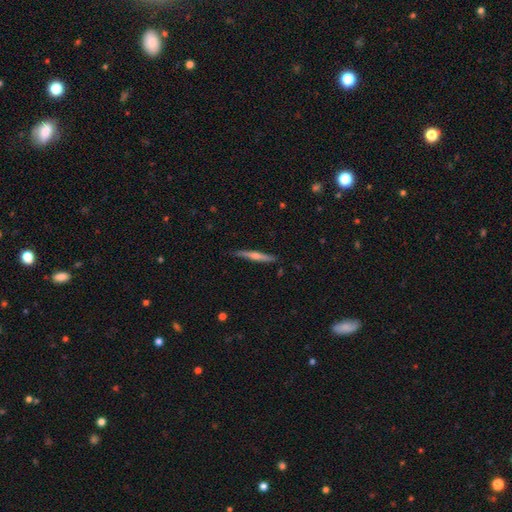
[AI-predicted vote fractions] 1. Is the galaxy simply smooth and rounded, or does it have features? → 66% featured or disk, 28% smooth, 6% star or artifact.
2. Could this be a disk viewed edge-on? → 97% yes, 3% no.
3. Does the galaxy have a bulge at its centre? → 77% rounded, 17% none, 6% boxy.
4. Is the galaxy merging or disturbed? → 88% none, 10% minor disturbance, 2% major disturbance, 1% merger.